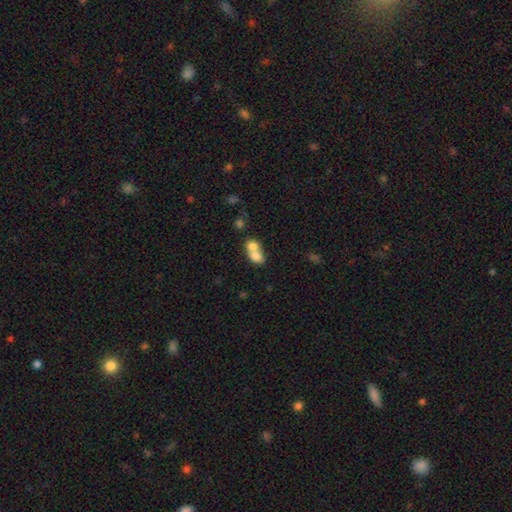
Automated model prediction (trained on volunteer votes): This appears to be a smooth galaxy with no disk features (74%) that is in between round and cigar-shaped (63%). Merging: merger (73%).